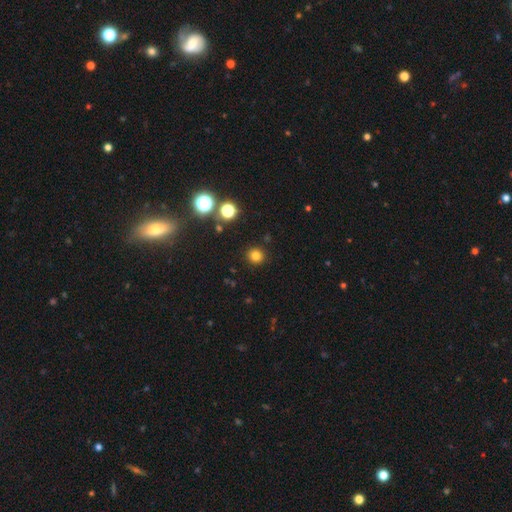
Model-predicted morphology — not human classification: The model was most divided on "smooth or featured": smooth: 79%, star or artifact: 16%, featured or disk: 5%. More confident: how rounded — round (91%); merging — none (90%).